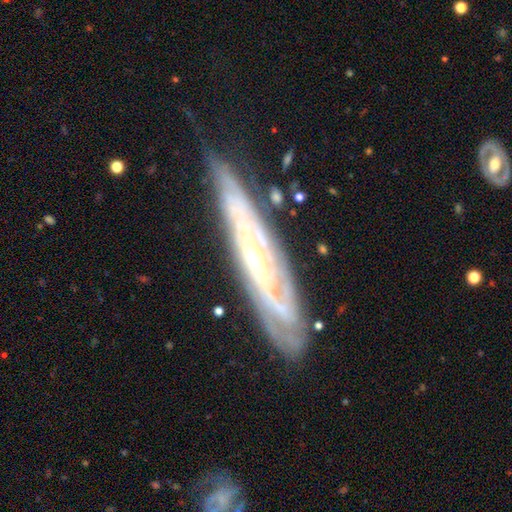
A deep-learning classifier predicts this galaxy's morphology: featured or disk 84%, smooth 10%, star or artifact 6%. Down the decision tree: edge-on disk — no (63%); bar — no (62%); spiral arms — yes (93%); bulge size — small (57%); merging — none (76%).